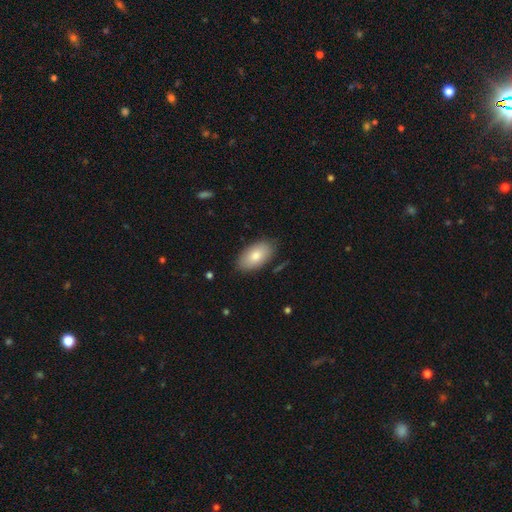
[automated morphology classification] smooth-or-featured: smooth: 80% | featured or disk: 14% | star or artifact: 6%
  how-rounded: in between: 95% | round: 3% | cigar-shaped: 2%
  merging: none: 83% | minor disturbance: 13% | major disturbance: 3% | merger: 2%